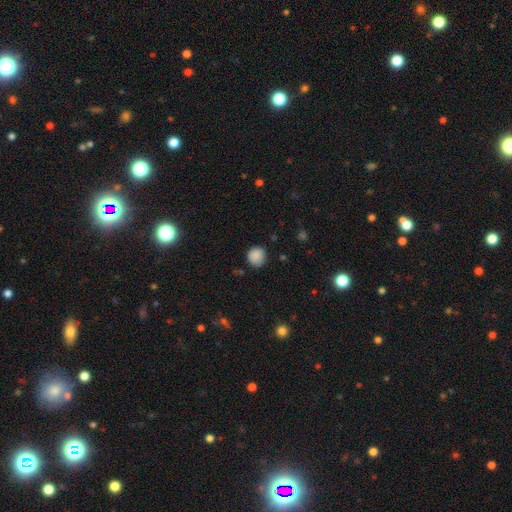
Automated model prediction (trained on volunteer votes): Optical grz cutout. It shows a smooth galaxy with no disk features (87%) that is round (86%). Merging: none (80%).